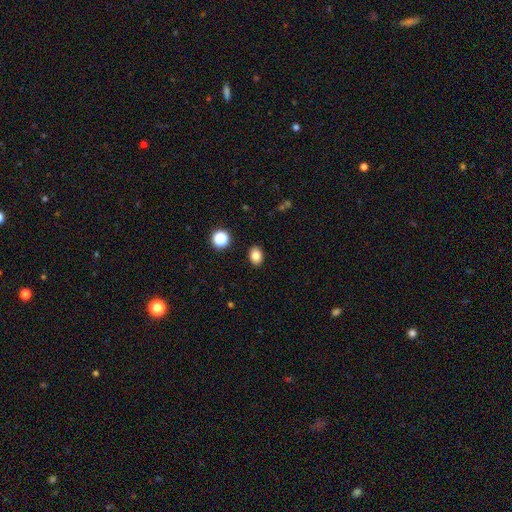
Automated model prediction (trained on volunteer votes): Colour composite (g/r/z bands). It shows a smooth galaxy with no disk features (83%) that is in between round and cigar-shaped (66%). Merging: none (90%).